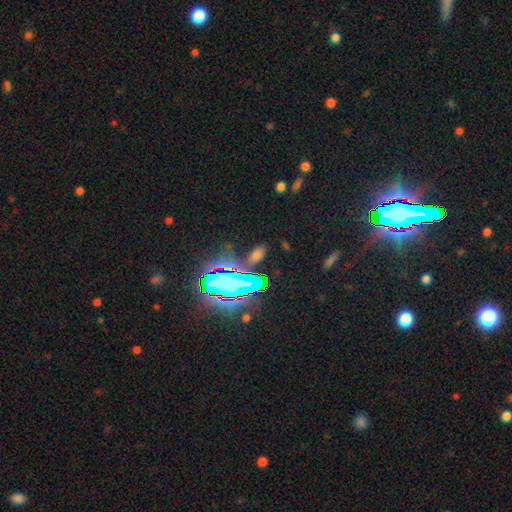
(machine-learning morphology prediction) A star or artifact, not a galaxy (50%).